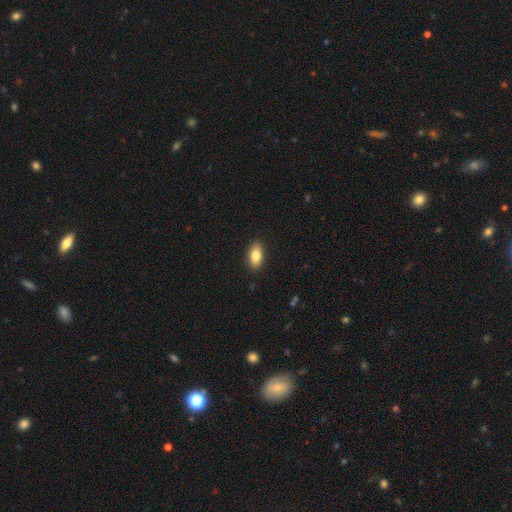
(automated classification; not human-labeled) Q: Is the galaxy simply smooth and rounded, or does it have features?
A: smooth — 83%.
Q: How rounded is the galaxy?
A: in between — 89%.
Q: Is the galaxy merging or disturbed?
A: none — 89%.